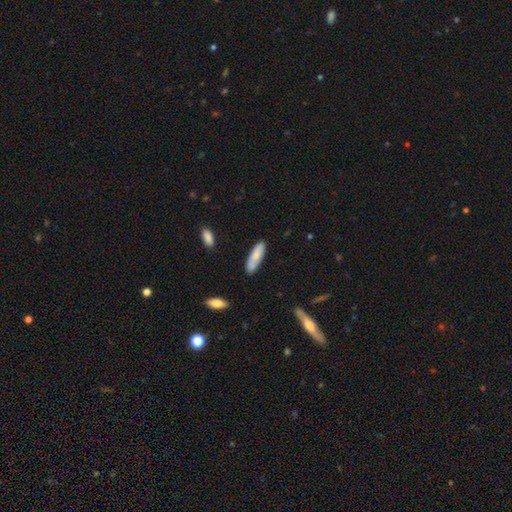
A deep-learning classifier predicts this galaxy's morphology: Smooth or featured? Predicted: smooth (p=0.81). How rounded? Predicted: cigar-shaped (p=0.53). Merging? Predicted: none (p=0.79).